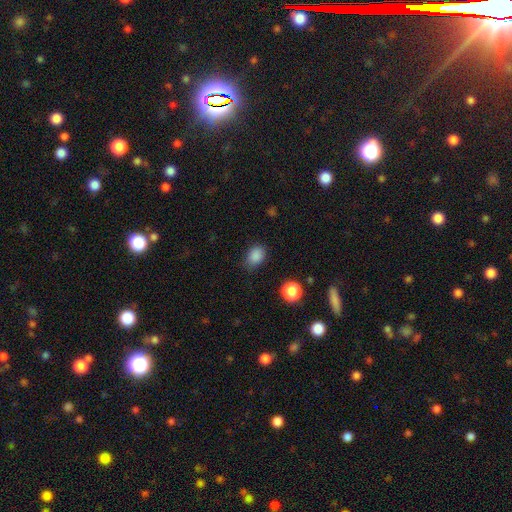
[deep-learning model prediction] smooth 85%, star or artifact 11%, featured or disk 4%. Down the decision tree: how rounded — in between (64%); merging — none (76%).